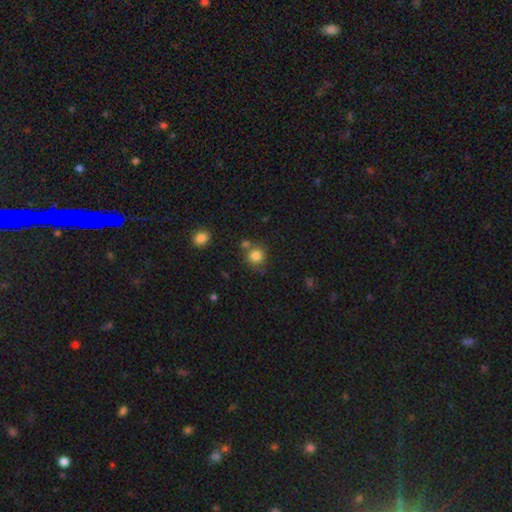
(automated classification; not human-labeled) Smooth or featured?
  - smooth: 83% *
  - star or artifact: 11%
  - featured or disk: 6%
How rounded?
  - round: 89% *
  - in between: 10%
  - cigar-shaped: 1%
Merging?
  - none: 72% *
  - merger: 14%
  - minor disturbance: 11%
  - major disturbance: 4%